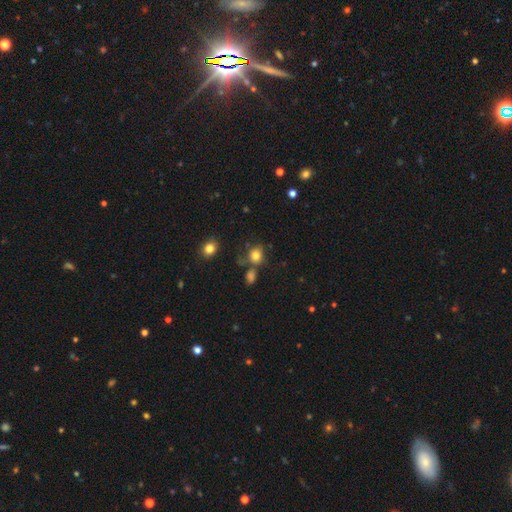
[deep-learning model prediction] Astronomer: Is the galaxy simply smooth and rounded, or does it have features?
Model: smooth — 78%.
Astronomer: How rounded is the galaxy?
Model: round — 71%.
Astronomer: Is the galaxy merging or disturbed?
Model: none — 61%.